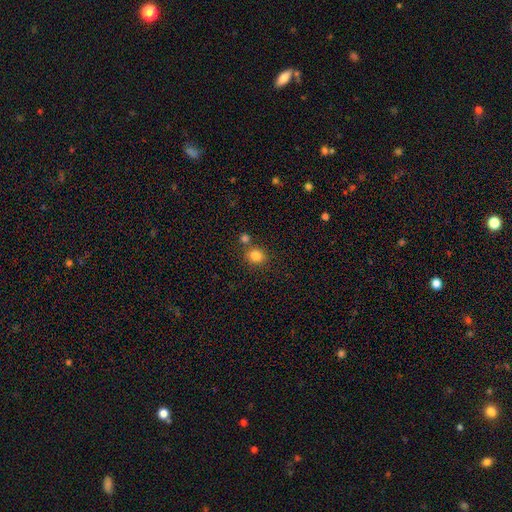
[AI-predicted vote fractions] The model was most divided on "how rounded": round: 75%, in between: 24%, cigar-shaped: 1%. More confident: smooth or featured — smooth (83%); merging — none (72%).